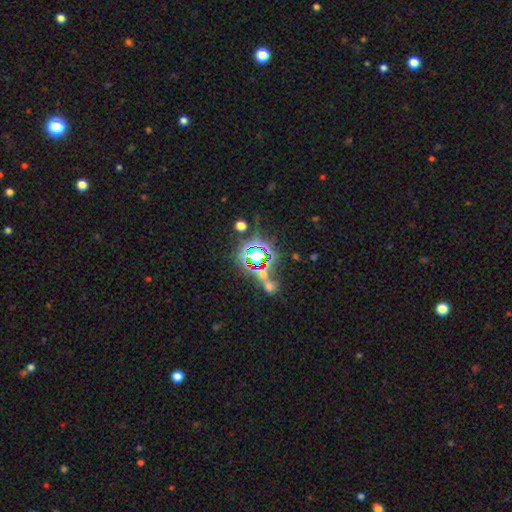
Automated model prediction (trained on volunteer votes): This is likely a star or artifact rather than a galaxy (70%).